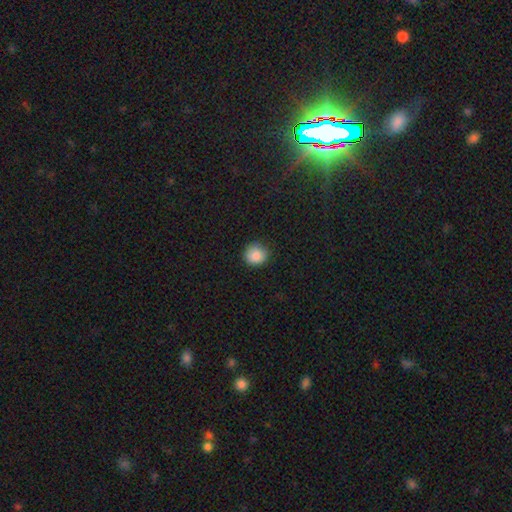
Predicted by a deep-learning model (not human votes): This is clearly a smooth galaxy (87%). How rounded: clearly round (91%). Merging: clearly none (85%).